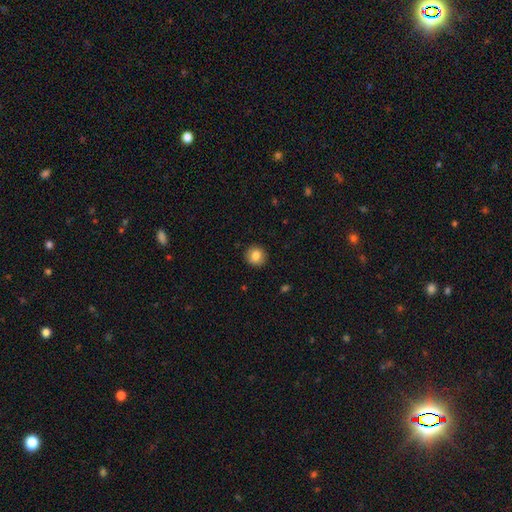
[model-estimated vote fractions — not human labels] A smooth galaxy with no disk features (85%) that is round (92%).

Vote fractions:
- Smooth or featured? smooth: 85% / star or artifact: 9% / featured or disk: 6%
- How rounded? round: 92% / in between: 7% / cigar-shaped: 1%
- Merging? none: 91% / minor disturbance: 6% / major disturbance: 2% / merger: 1%